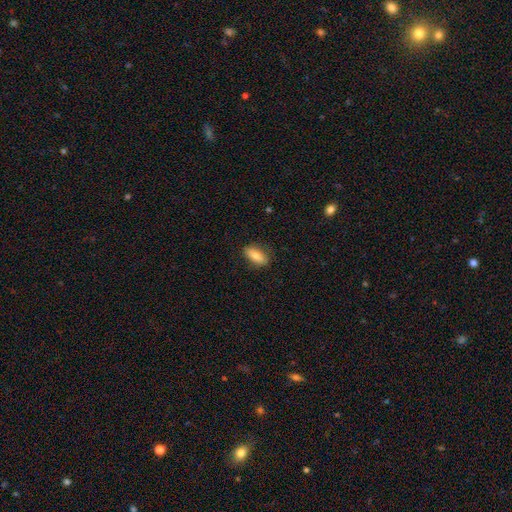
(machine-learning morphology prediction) Smooth or featured?
  - smooth: 76% *
  - featured or disk: 17%
  - star or artifact: 7%
How rounded?
  - in between: 85% *
  - cigar-shaped: 12%
  - round: 3%
Merging?
  - none: 80% *
  - minor disturbance: 16%
  - major disturbance: 3%
  - merger: 1%